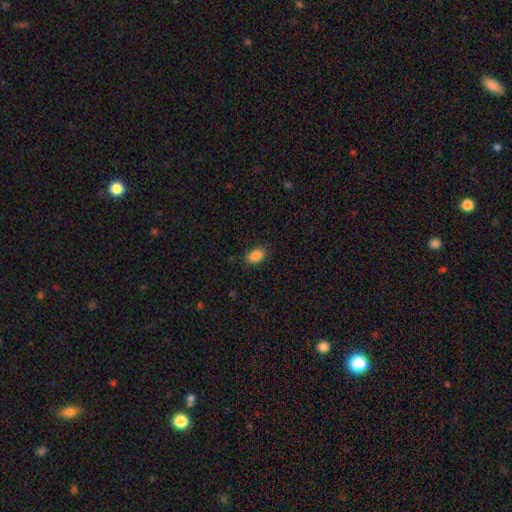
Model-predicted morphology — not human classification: Q: Smooth or featured?
A: smooth (88%); runner-up: star or artifact (8%)
Q: How rounded?
A: in between (88%); runner-up: round (10%)
Q: Merging?
A: none (86%); runner-up: minor disturbance (10%)